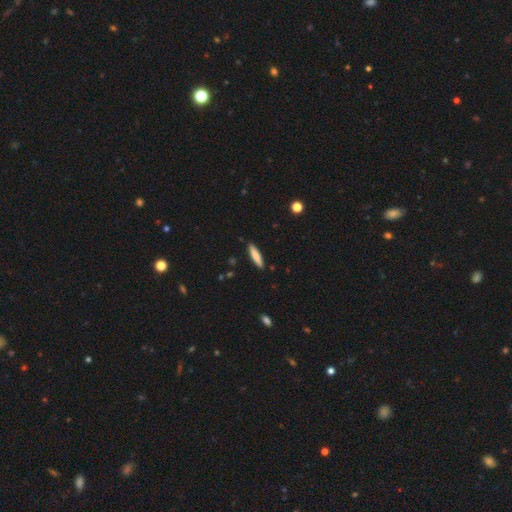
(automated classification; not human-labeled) smooth 77%, featured or disk 17%, star or artifact 6%. Down the decision tree: how rounded — cigar-shaped (83%); merging — none (90%).